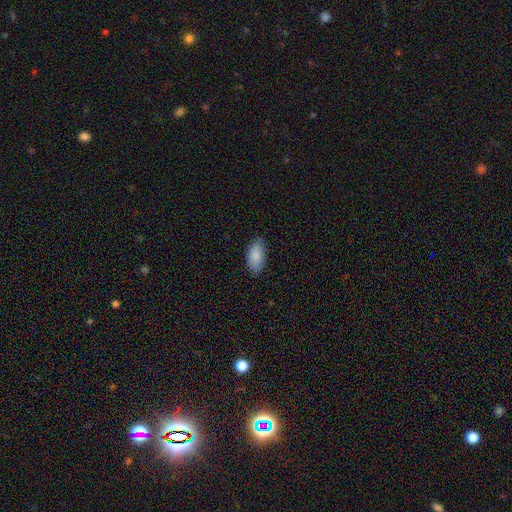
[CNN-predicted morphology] smooth 88%, featured or disk 6%, star or artifact 6%. Down the decision tree: how rounded — in between (94%); merging — none (85%).